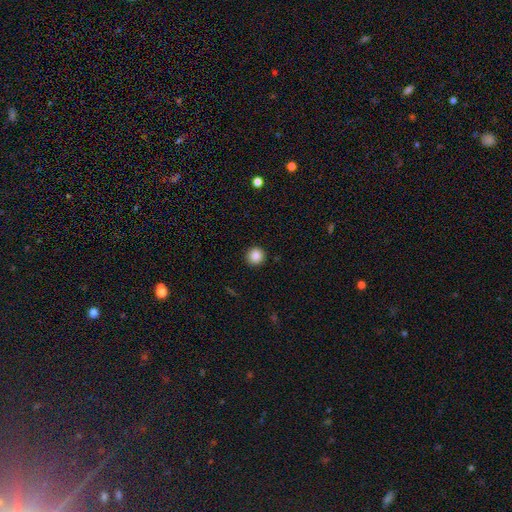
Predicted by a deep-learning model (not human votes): Q: Smooth or featured?
A: smooth (87%); runner-up: star or artifact (9%)
Q: How rounded?
A: round (95%); runner-up: in between (4%)
Q: Merging?
A: none (93%); runner-up: minor disturbance (5%)